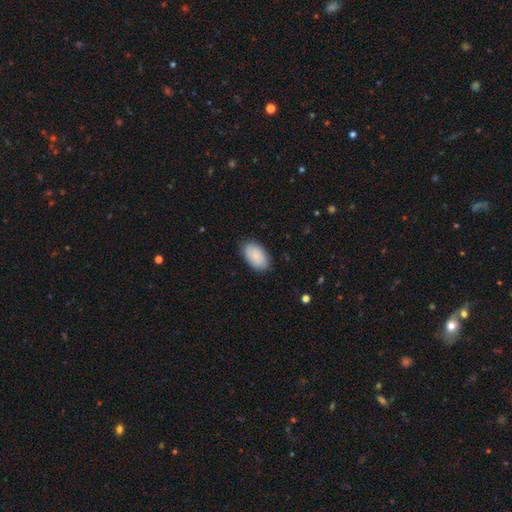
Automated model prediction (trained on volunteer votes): smooth_or_featured: smooth (p=0.73) [alt: featured or disk p=0.20]
how_rounded: in between (p=0.92) [alt: round p=0.06]
merging: none (p=0.82) [alt: minor disturbance p=0.14]